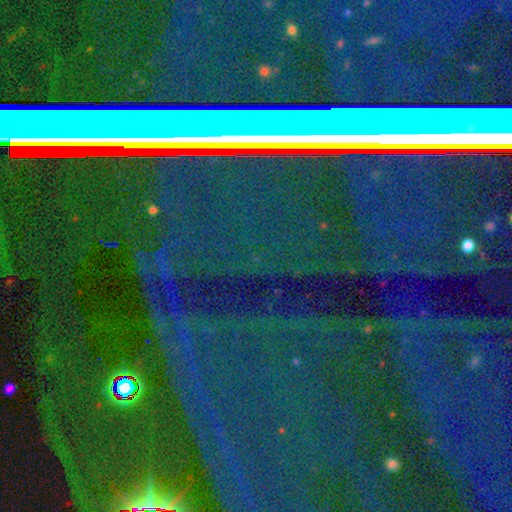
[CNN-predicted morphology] Overall: star or artifact (79%).